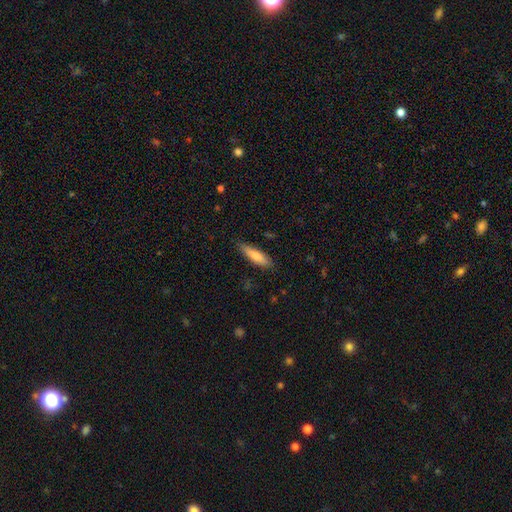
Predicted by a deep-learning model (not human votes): Q: Smooth or featured?
A: smooth (76%); runner-up: featured or disk (18%)
Q: How rounded?
A: cigar-shaped (68%); runner-up: in between (30%)
Q: Merging?
A: none (84%); runner-up: minor disturbance (12%)